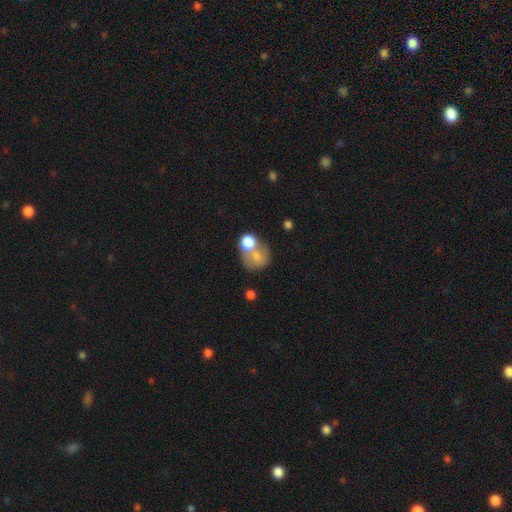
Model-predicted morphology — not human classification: This appears to be a smooth galaxy with no disk features (70%) that is round (64%). Merging: merger (50%).